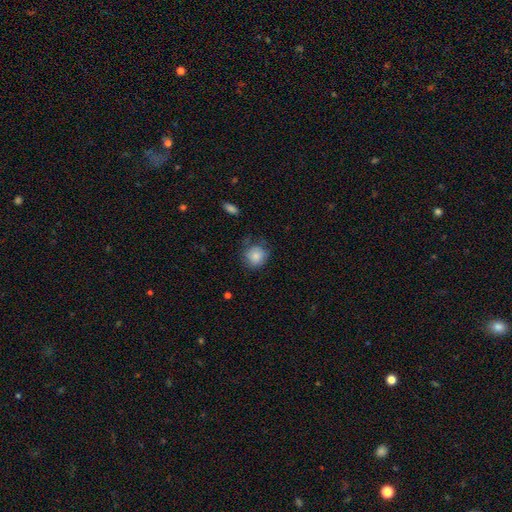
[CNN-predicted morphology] A smooth galaxy with no disk features (83%) that is round (83%). Merging: none (65%).